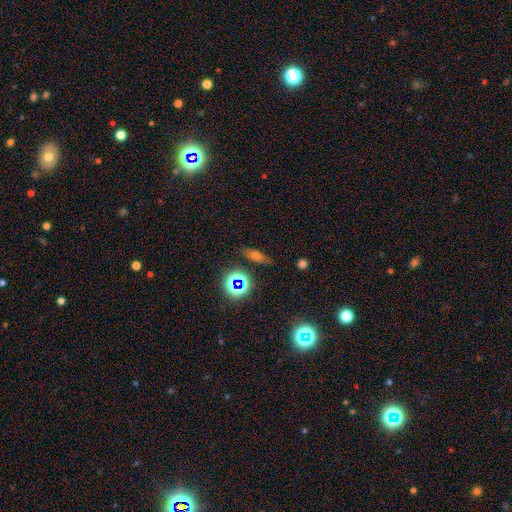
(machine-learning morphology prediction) The model was most divided on "smooth or featured": smooth: 46%, star or artifact: 27%, featured or disk: 27%. More confident: merging — none (83%).